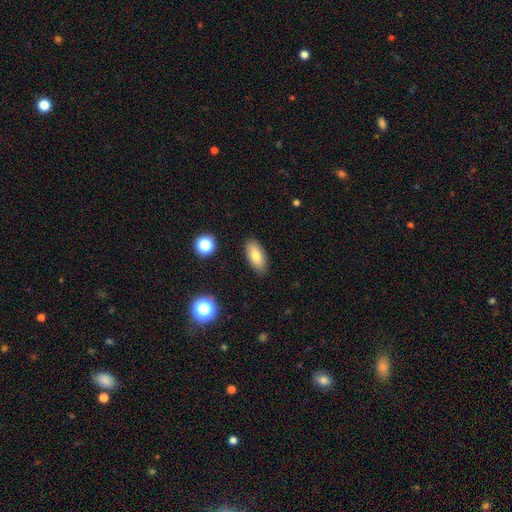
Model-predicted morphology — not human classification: type=smooth (77%); roundness=in between (88%); merging=none (87%).